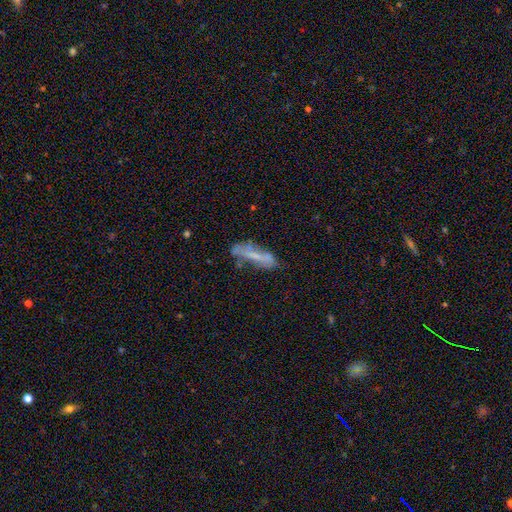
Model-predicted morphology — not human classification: Overall: featured or disk (47%; smooth 43%). Merging: none (52%; minor disturbance 26%).